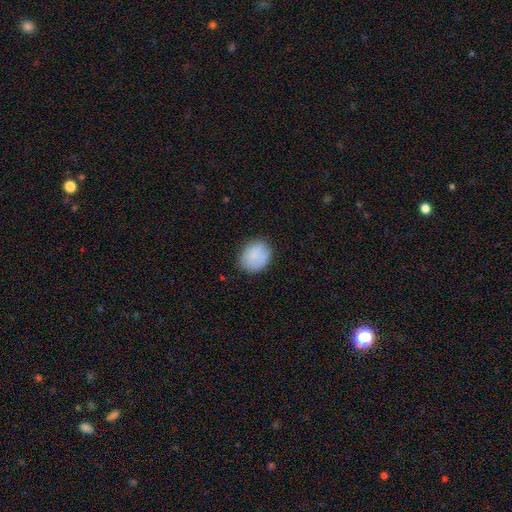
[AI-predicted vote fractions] smooth 87%, star or artifact 7%, featured or disk 6%. Down the decision tree: how rounded — round (61%); merging — none (81%).